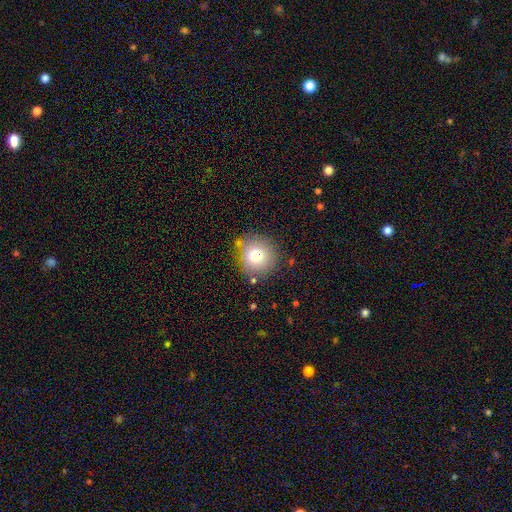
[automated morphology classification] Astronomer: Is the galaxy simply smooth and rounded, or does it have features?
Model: smooth — 74%.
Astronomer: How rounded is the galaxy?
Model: round — 91%.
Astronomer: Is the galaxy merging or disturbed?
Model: none — 76%.